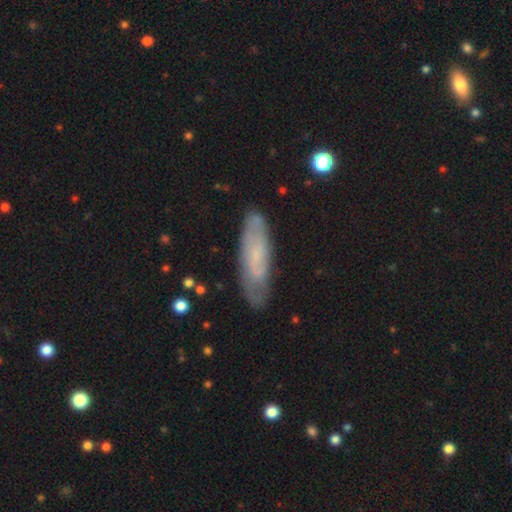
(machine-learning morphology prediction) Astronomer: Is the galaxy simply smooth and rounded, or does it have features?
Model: featured or disk — 50% (runner-up: smooth, 42%).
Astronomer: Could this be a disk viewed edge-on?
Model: no — 71%.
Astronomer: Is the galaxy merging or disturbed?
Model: none — 76%.